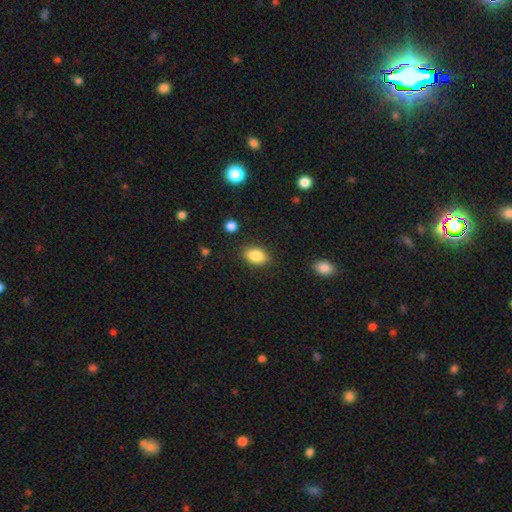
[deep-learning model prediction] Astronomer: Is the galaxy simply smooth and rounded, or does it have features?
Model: smooth — 86%.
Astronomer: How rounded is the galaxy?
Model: in between — 85%.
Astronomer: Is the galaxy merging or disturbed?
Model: none — 85%.